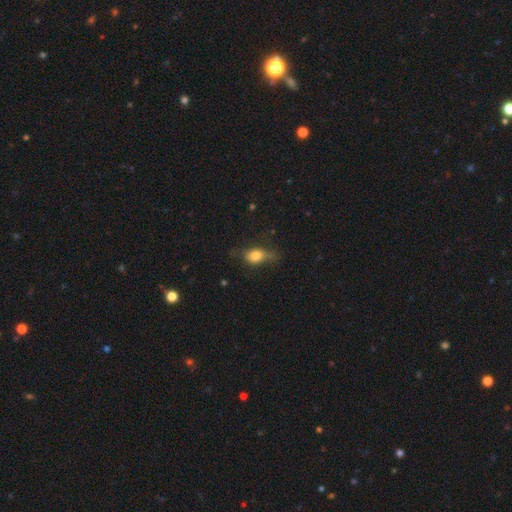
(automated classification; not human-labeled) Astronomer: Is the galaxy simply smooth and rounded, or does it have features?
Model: smooth — 73%.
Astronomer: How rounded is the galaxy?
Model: in between — 70%.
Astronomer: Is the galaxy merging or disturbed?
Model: none — 49% (runner-up: minor disturbance, 32%).